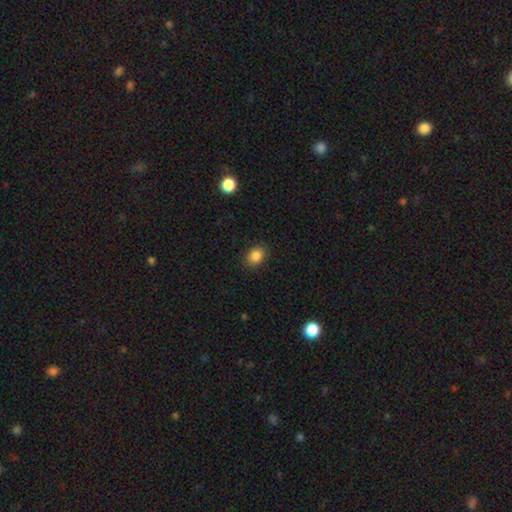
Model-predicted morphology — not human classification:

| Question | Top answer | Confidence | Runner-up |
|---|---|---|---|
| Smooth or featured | smooth | 86% | star or artifact (10%) |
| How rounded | in between | 61% | round (38%) |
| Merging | none | 87% | minor disturbance (10%) |